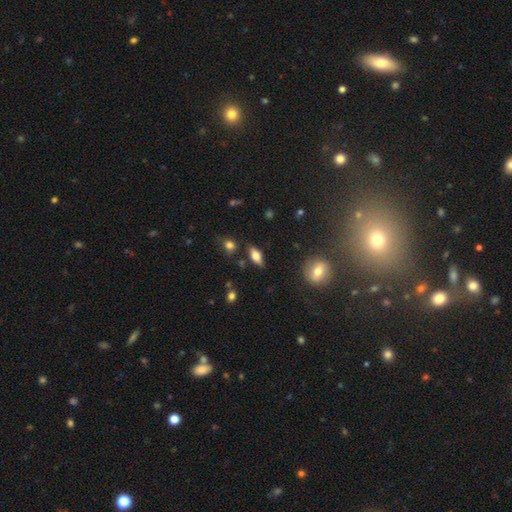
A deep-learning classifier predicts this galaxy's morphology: A smooth galaxy with no disk features (56%) that is in between round and cigar-shaped (74%). Merging: none (79%).